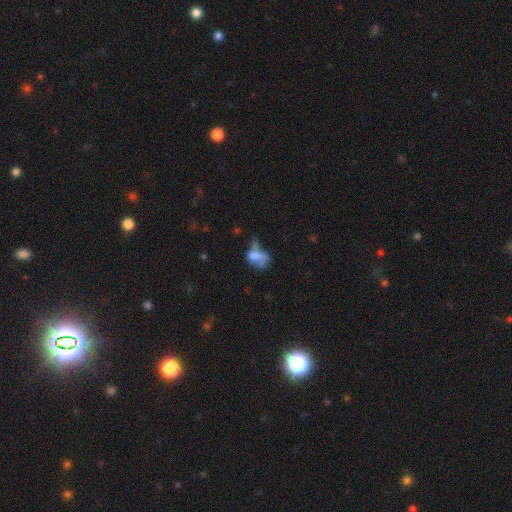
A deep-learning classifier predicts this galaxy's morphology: type=smooth (58%); roundness=in between (77%); merging=major disturbance (38%).